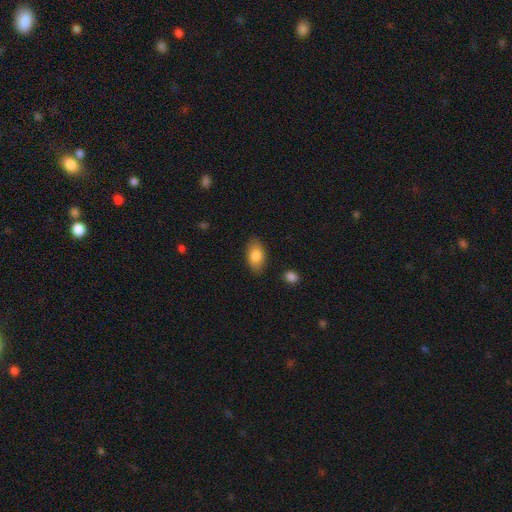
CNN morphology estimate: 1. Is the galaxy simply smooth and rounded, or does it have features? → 83% smooth, 11% featured or disk, 7% star or artifact.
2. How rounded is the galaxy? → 92% in between, 6% round, 2% cigar-shaped.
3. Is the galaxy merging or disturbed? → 83% none, 13% minor disturbance, 3% major disturbance, 2% merger.